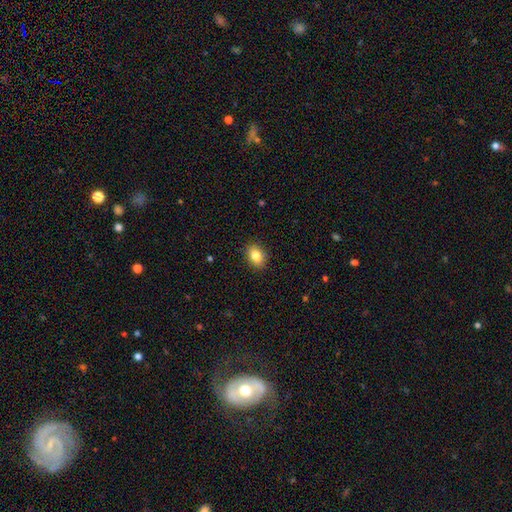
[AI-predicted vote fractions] smooth_or_featured: smooth (p=0.83) [alt: star or artifact p=0.09]
how_rounded: in between (p=0.73) [alt: round p=0.26]
merging: none (p=0.89) [alt: minor disturbance p=0.08]